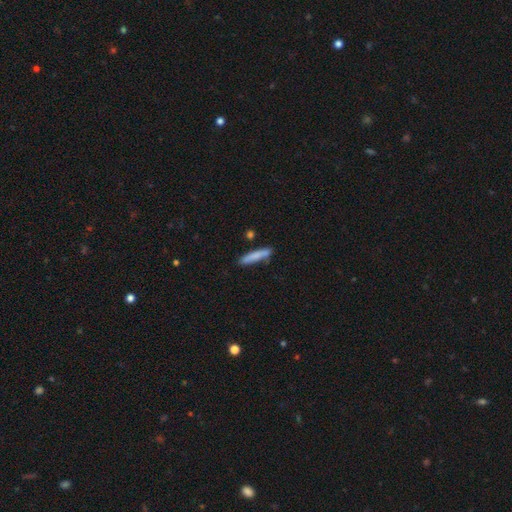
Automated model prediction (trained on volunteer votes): This appears to be a smooth galaxy with no disk features (80%) that is cigar-shaped (90%). Merging: none (79%).